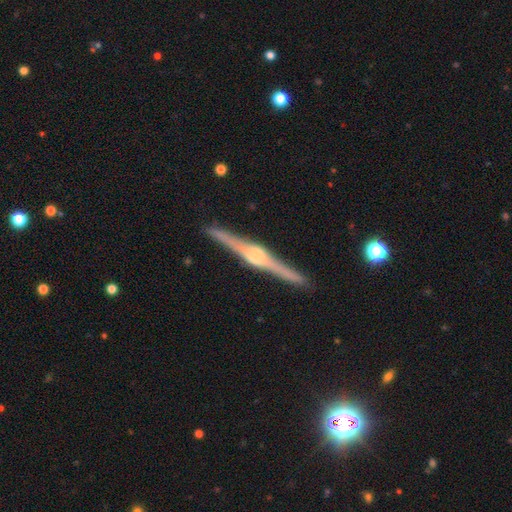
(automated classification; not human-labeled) Smooth or featured: featured or disk — 88% (smooth — 7%)
Edge-on disk: yes — 99% (no — 1%)
Edge-on bulge: rounded — 75% (boxy — 19%)
Merging: none — 92% (minor disturbance — 5%)